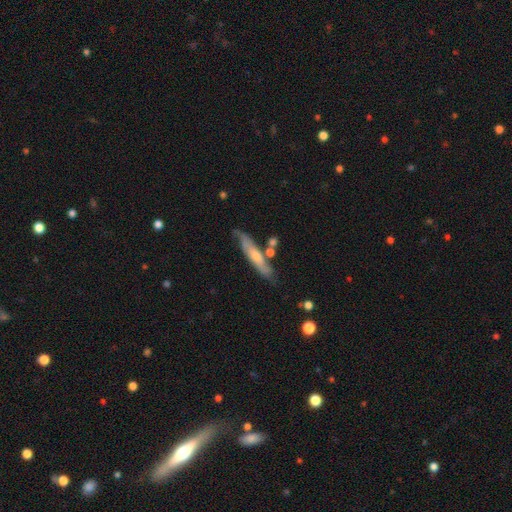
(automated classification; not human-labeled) This is possibly a featured or disk galaxy (50%). It is likely viewed edge-on (72%). Merging: likely none (70%).